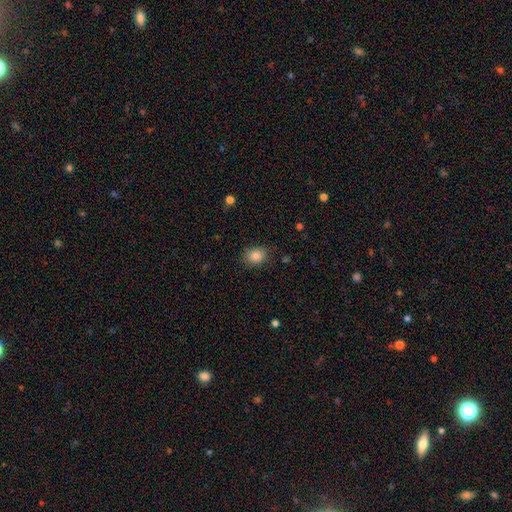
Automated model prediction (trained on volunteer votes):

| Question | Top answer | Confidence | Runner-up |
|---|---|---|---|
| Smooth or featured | smooth | 85% | star or artifact (10%) |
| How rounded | in between | 52% | round (47%) |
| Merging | none | 83% | minor disturbance (13%) |